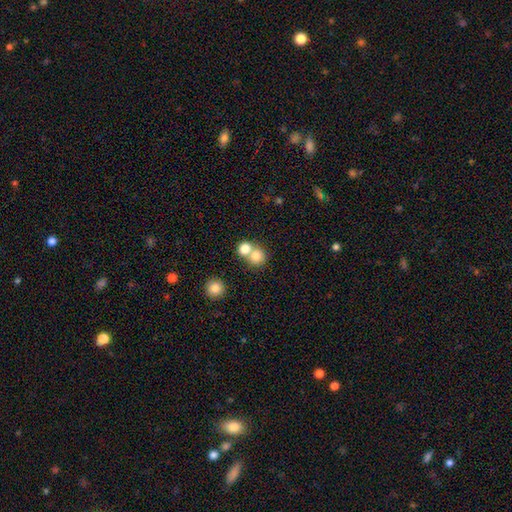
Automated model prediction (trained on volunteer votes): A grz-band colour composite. It shows a smooth galaxy with no disk features (79%) that is round (85%). Merging: merger (50%).